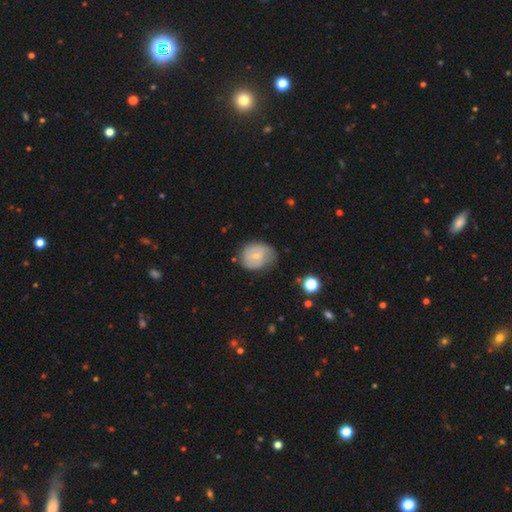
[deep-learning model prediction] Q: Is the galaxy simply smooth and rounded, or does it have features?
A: smooth — 56%.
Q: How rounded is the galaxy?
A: round — 57%.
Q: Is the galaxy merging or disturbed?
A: none — 56%.